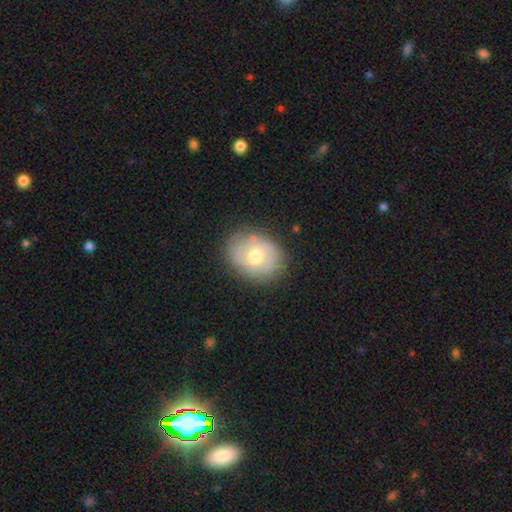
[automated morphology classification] Smooth or featured? Predicted: smooth (p=0.56). How rounded? Predicted: in between (p=0.59). Merging? Predicted: none (p=0.78).